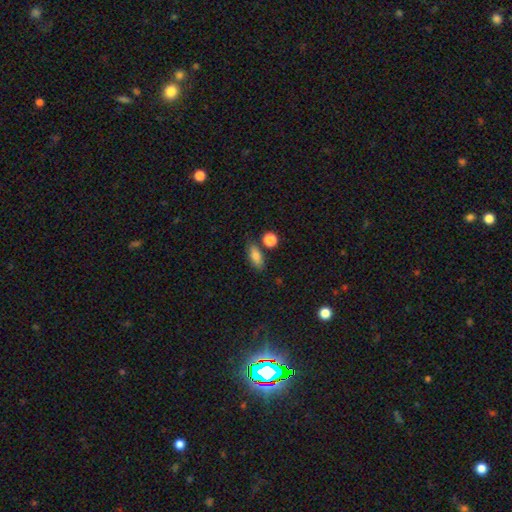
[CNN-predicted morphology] The model was most divided on "merging": none: 75%, minor disturbance: 14%, merger: 8%, major disturbance: 4%. More confident: smooth or featured — smooth (83%); how rounded — in between (80%).